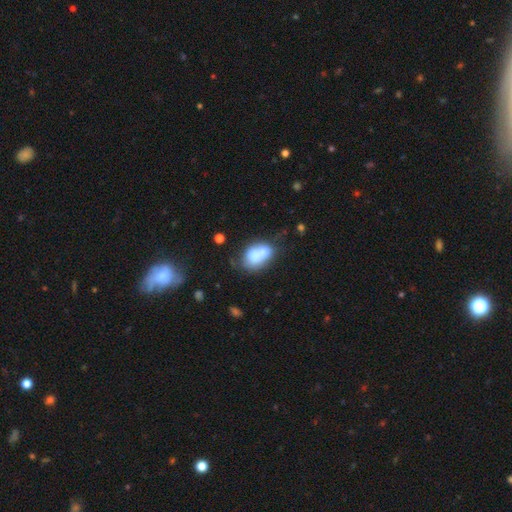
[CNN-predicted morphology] Smooth or featured: smooth — 66% (featured or disk — 25%)
How rounded: in between — 77% (round — 21%)
Merging: merger — 42% (none — 31%)